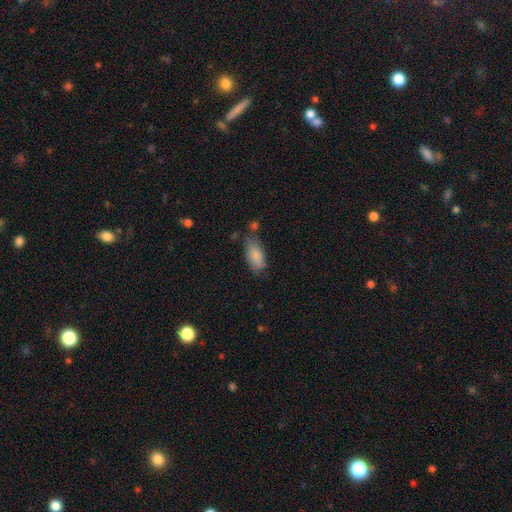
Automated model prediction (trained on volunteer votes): This is clearly a smooth galaxy (81%). How rounded: clearly in between (91%). Merging: possibly none (56%).